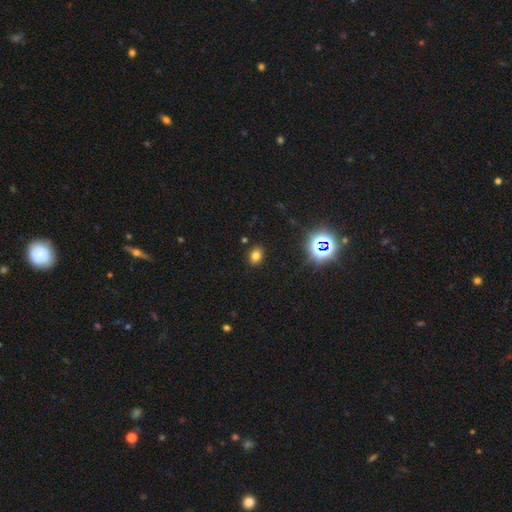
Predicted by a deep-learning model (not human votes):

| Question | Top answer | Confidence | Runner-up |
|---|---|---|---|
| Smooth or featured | smooth | 73% | star or artifact (20%) |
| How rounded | in between | 57% | round (42%) |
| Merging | none | 87% | minor disturbance (8%) |